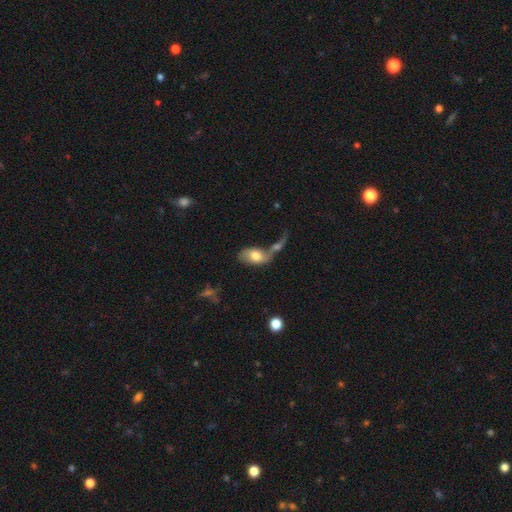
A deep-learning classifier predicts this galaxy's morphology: This appears to be a smooth galaxy with no disk features (64%) that is in between round and cigar-shaped (90%). Merging: merger (51%).